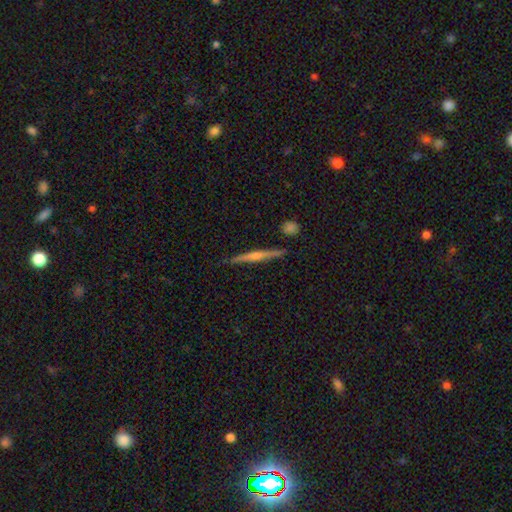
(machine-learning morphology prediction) Smooth or featured: featured or disk — 68% (smooth — 26%)
Edge-on disk: yes — 98% (no — 2%)
Edge-on bulge: rounded — 71% (none — 17%)
Merging: none — 86% (minor disturbance — 9%)